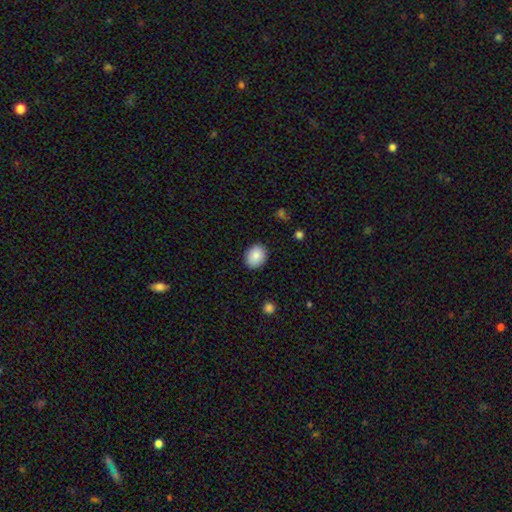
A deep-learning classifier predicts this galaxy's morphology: smooth 87%, star or artifact 8%, featured or disk 6%. Down the decision tree: how rounded — round (51%); merging — none (88%).